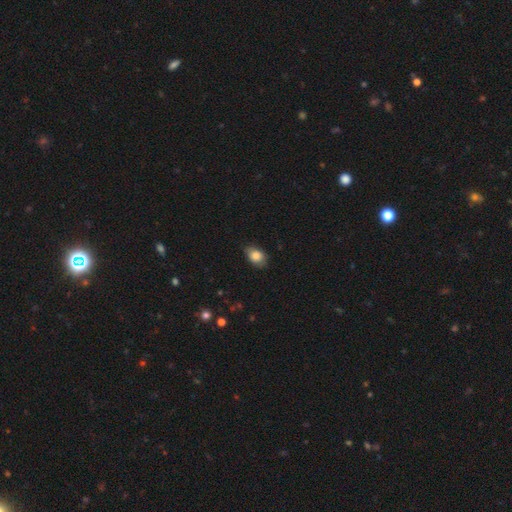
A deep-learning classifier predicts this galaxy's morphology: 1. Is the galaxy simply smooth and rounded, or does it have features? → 83% smooth, 9% featured or disk, 8% star or artifact.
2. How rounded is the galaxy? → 80% in between, 19% round, 1% cigar-shaped.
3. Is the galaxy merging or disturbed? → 72% none, 23% minor disturbance, 4% major disturbance, 1% merger.